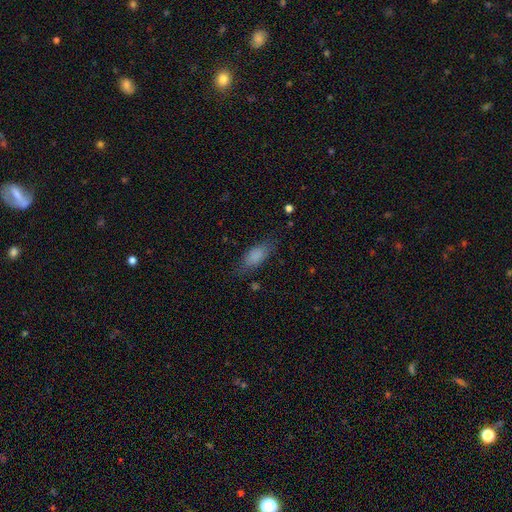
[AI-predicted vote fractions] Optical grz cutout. It shows a smooth galaxy with no disk features (81%) that is in between round and cigar-shaped (78%). Merging: none (70%).